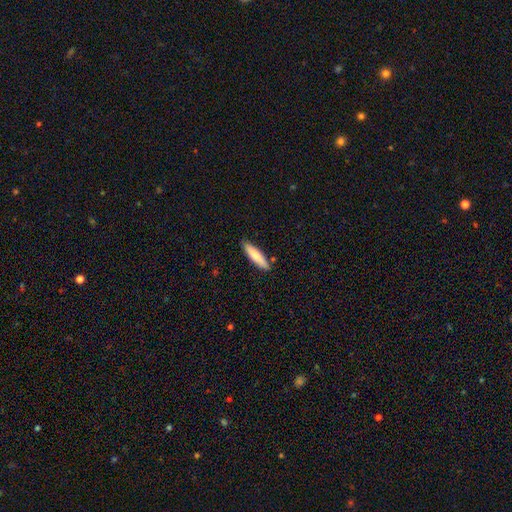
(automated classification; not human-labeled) Q: Smooth or featured?
A: smooth (80%); runner-up: featured or disk (15%)
Q: How rounded?
A: cigar-shaped (75%); runner-up: in between (23%)
Q: Merging?
A: none (87%); runner-up: minor disturbance (10%)